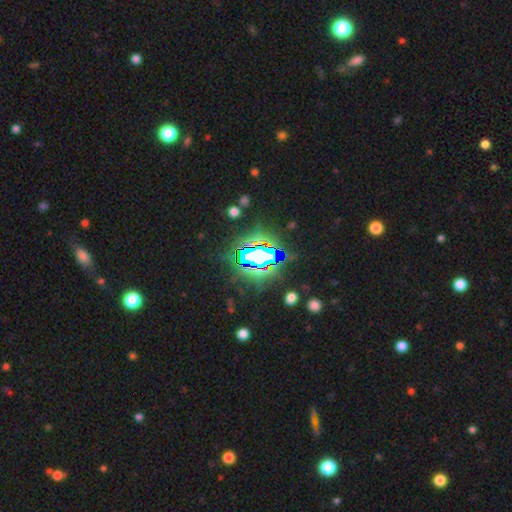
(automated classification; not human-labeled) Overall: star or artifact (76%).